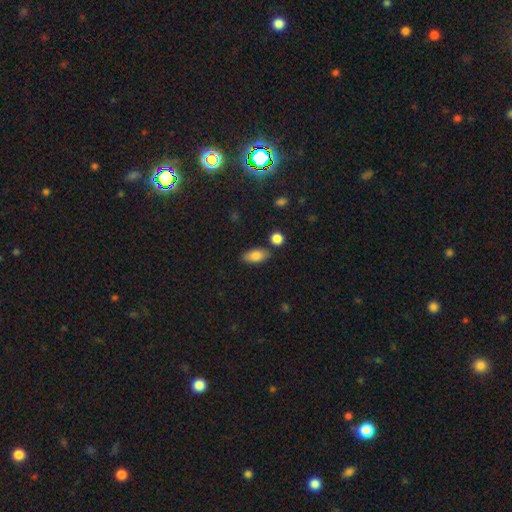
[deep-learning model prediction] A smooth galaxy with no disk features (82%) that is in between round and cigar-shaped (90%).

Vote fractions:
- Smooth or featured? smooth: 82% / featured or disk: 10% / star or artifact: 8%
- How rounded? in between: 90% / cigar-shaped: 6% / round: 4%
- Merging? none: 81% / minor disturbance: 11% / merger: 6% / major disturbance: 3%